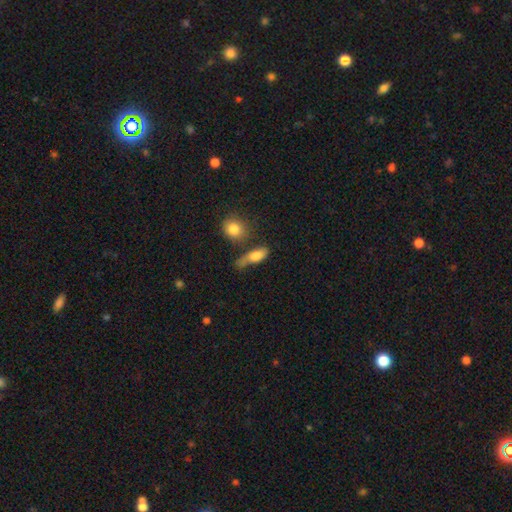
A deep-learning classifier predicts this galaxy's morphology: A smooth galaxy with no disk features (75%) that is in between round and cigar-shaped (66%). Merging: none (35%).